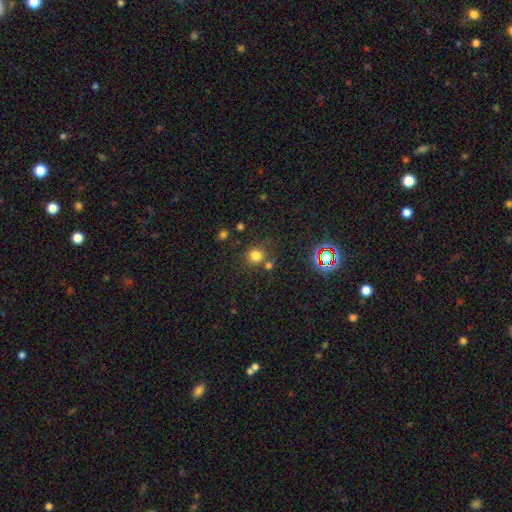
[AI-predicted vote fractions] smooth-or-featured: smooth: 74% | star or artifact: 19% | featured or disk: 7%
  how-rounded: round: 85% | in between: 14% | cigar-shaped: 1%
  merging: none: 71% | merger: 14% | minor disturbance: 10% | major disturbance: 4%